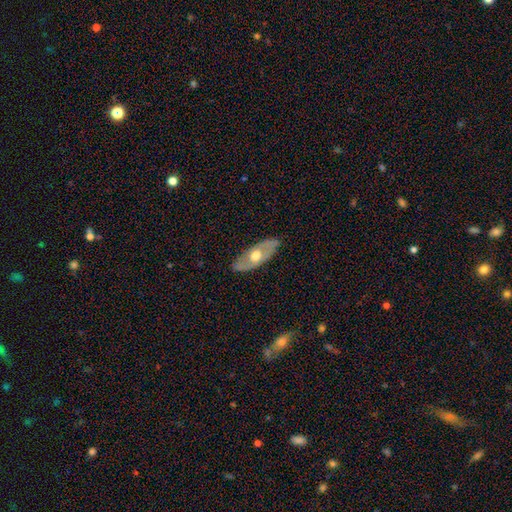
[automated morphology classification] smooth-or-featured: featured or disk: 59% | smooth: 35% | star or artifact: 6%
  disk-edge-on: no: 74% | yes: 26%
  merging: none: 85% | minor disturbance: 12% | major disturbance: 3% | merger: 1%